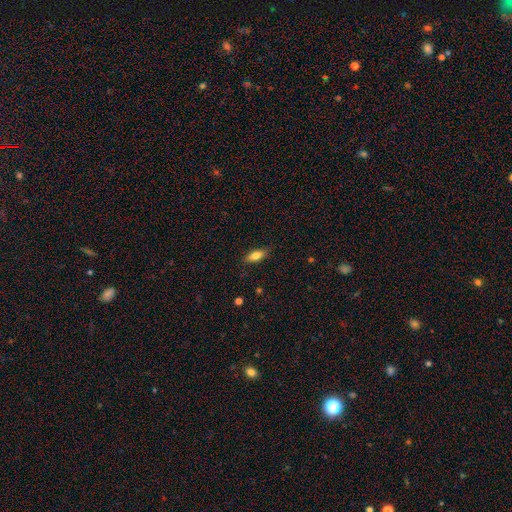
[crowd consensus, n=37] This appears to be a smooth galaxy with no disk features (86%) that is in between round and cigar-shaped (88%). Merging: none (86%).